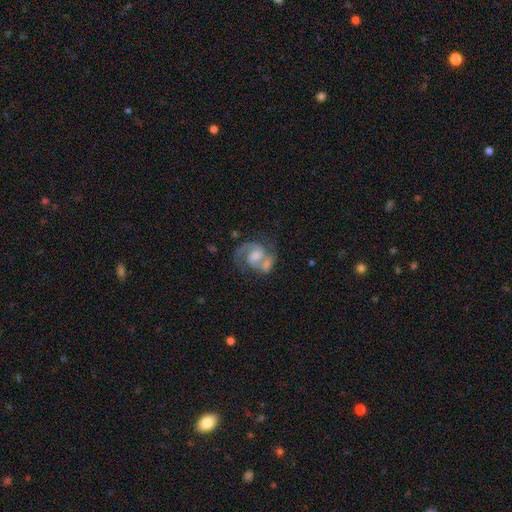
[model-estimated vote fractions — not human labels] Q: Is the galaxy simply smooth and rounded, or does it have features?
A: featured or disk — 86%.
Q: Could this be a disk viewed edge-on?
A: no — 98%.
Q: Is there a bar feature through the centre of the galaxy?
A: weak — 46%.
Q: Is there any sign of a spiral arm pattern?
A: yes — 97%.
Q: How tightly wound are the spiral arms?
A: medium — 60%.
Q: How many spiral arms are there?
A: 2 — 88%.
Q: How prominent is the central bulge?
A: moderate — 46%.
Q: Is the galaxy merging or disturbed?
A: none — 54%.